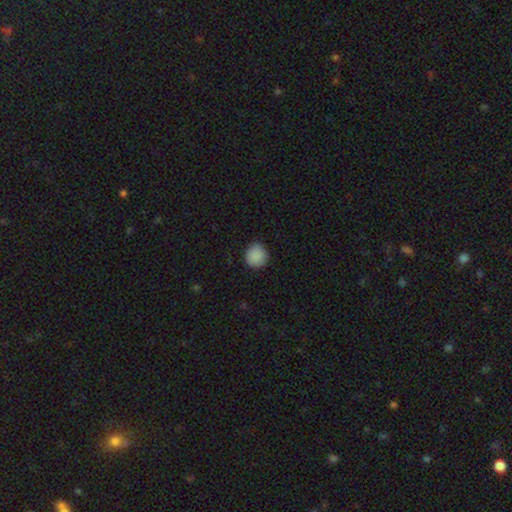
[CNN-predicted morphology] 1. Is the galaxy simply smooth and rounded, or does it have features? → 89% smooth, 8% star or artifact, 3% featured or disk.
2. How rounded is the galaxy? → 92% round, 7% in between, 1% cigar-shaped.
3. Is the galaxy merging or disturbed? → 86% none, 11% minor disturbance, 2% major disturbance, 1% merger.